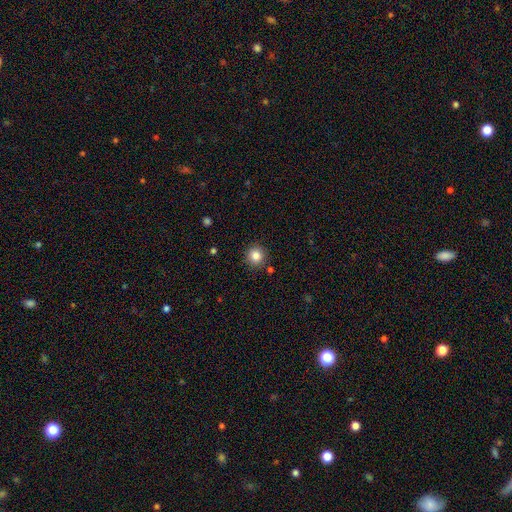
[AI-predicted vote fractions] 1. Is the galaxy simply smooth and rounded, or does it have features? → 84% smooth, 11% star or artifact, 5% featured or disk.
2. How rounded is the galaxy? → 94% round, 6% in between, 1% cigar-shaped.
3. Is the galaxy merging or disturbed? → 89% none, 7% minor disturbance, 2% merger, 2% major disturbance.